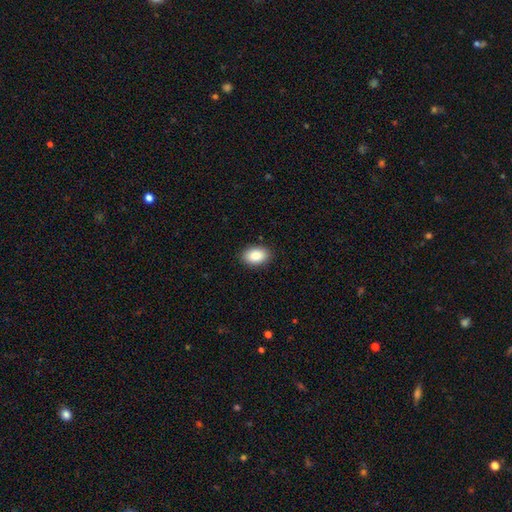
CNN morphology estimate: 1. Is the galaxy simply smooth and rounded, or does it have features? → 89% smooth, 7% star or artifact, 4% featured or disk.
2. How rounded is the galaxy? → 87% in between, 12% round, 1% cigar-shaped.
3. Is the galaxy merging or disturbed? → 89% none, 8% minor disturbance, 2% major disturbance, 1% merger.